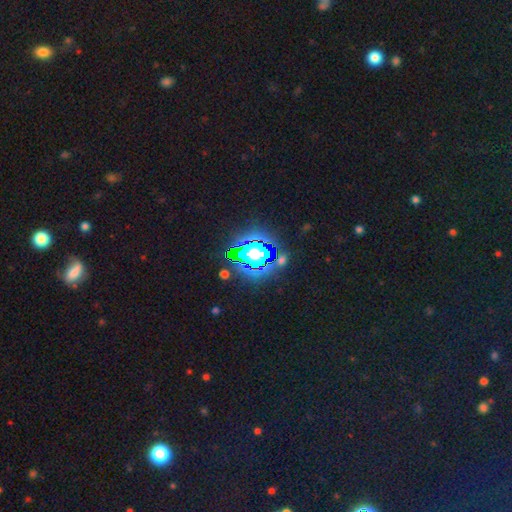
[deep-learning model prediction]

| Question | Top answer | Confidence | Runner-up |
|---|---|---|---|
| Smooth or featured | star or artifact | 65% | smooth (21%) |